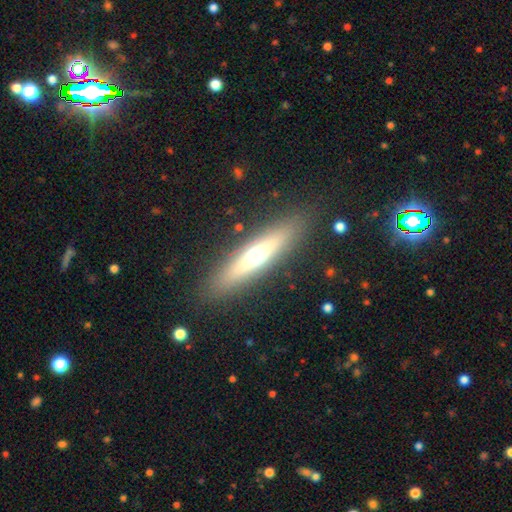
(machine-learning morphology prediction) Smooth or featured? smooth (47%)
Merging? none (88%)